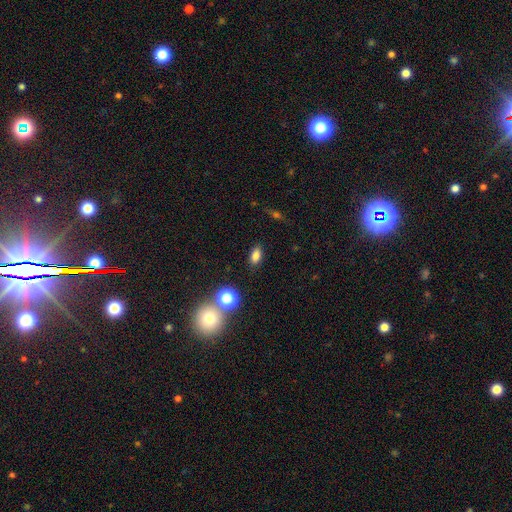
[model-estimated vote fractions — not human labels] A smooth galaxy with no disk features (79%) that is in between round and cigar-shaped (83%).

Vote fractions:
- Smooth or featured? smooth: 79% / star or artifact: 14% / featured or disk: 7%
- How rounded? in between: 83% / round: 11% / cigar-shaped: 6%
- Merging? none: 86% / minor disturbance: 9% / major disturbance: 3% / merger: 2%